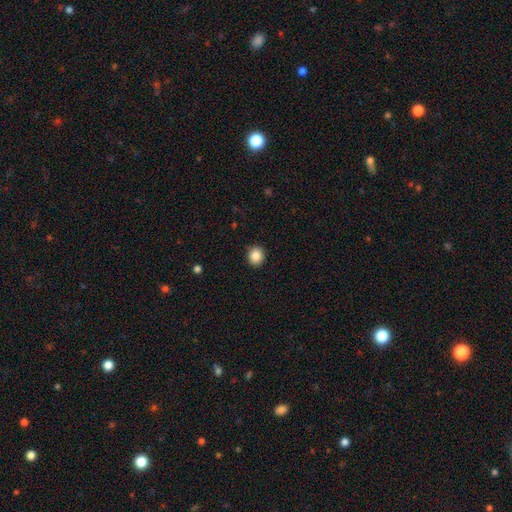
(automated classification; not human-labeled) This appears to be a smooth galaxy with no disk features (87%) that is round (81%). Merging: none (91%).